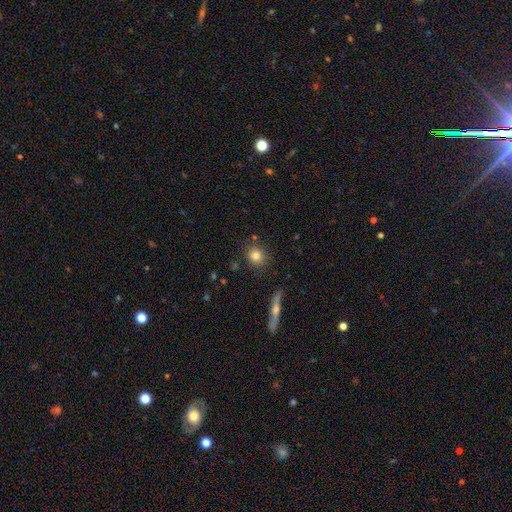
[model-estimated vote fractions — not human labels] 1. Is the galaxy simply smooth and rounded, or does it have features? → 80% smooth, 10% star or artifact, 10% featured or disk.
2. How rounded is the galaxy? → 83% round, 15% in between, 2% cigar-shaped.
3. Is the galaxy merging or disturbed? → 85% none, 8% minor disturbance, 4% merger, 2% major disturbance.